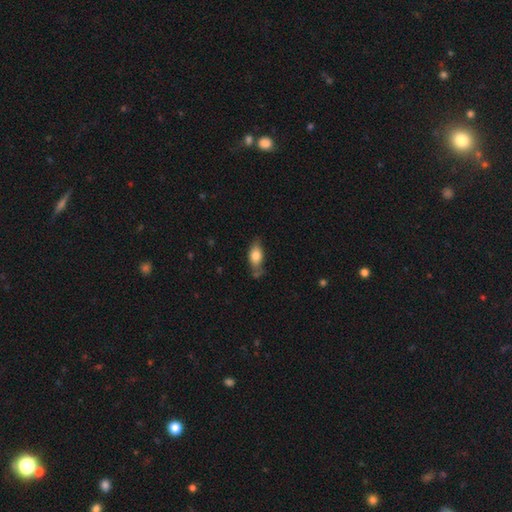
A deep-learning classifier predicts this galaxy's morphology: Smooth or featured: smooth — 77% (featured or disk — 16%)
How rounded: in between — 85% (cigar-shaped — 9%)
Merging: none — 57% (minor disturbance — 27%)